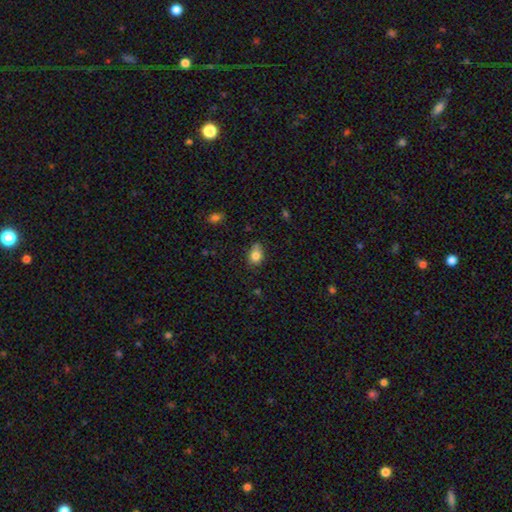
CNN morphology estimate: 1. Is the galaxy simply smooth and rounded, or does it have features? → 82% smooth, 10% star or artifact, 8% featured or disk.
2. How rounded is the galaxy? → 66% in between, 33% round, 2% cigar-shaped.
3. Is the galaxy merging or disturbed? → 62% none, 30% minor disturbance, 5% major disturbance, 3% merger.